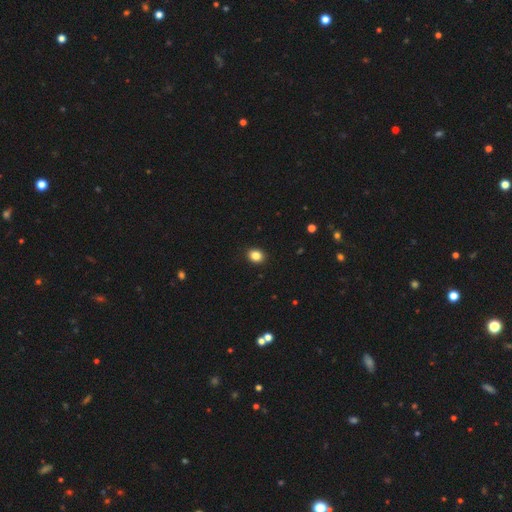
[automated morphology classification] Smooth or featured? Predicted: smooth (p=0.85). How rounded? Predicted: round (p=0.60). Merging? Predicted: none (p=0.91).